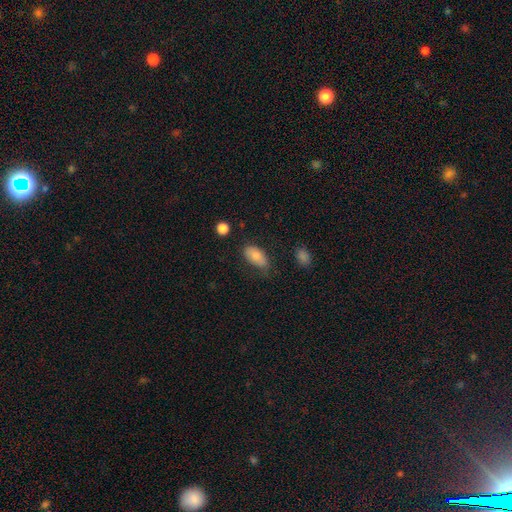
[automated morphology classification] This appears to be a smooth galaxy with no disk features (78%) that is in between round and cigar-shaped (93%). Merging: none (66%).